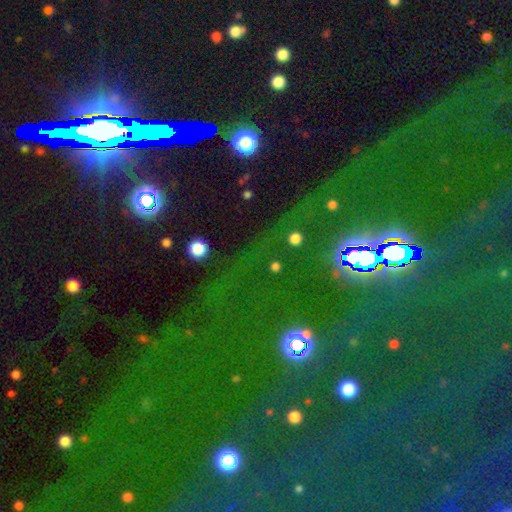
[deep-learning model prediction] A star or artifact, not a galaxy (75%).

Vote fractions:
- Smooth or featured? star or artifact: 75% / smooth: 15% / featured or disk: 10%